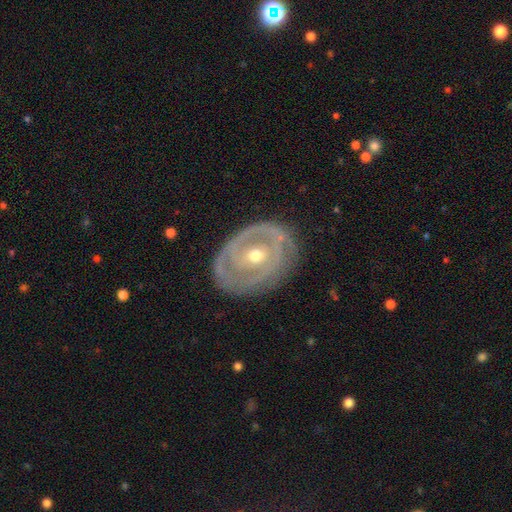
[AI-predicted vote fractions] Smooth or featured? featured or disk (81%)
Edge-on disk? no (96%)
Bar? no (62%)
Spiral arms? yes (73%)
Spiral winding? tight (68%)
Spiral arm count? 2 (38%)
Bulge size? moderate (58%)
Merging? none (74%)